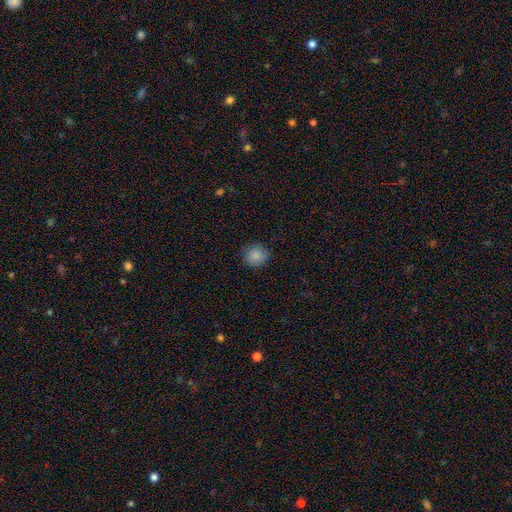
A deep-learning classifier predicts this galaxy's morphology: type=smooth (85%); roundness=round (90%); merging=none (84%).